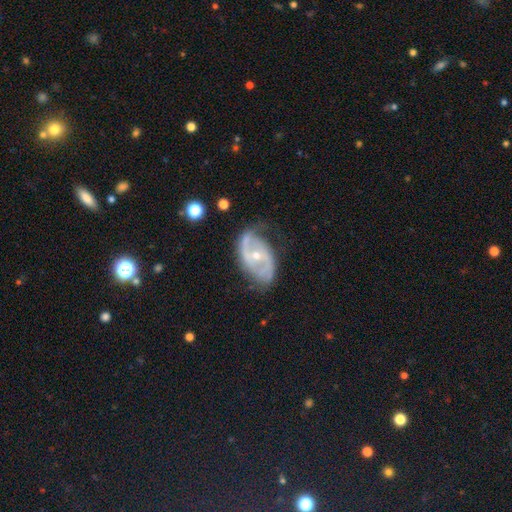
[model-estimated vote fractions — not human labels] A featured or disk galaxy (85%) with no bar (47%), 2 (79%) medium (44%) spiral arms (90%) and a small central bulge (57%). Merging: none (60%).